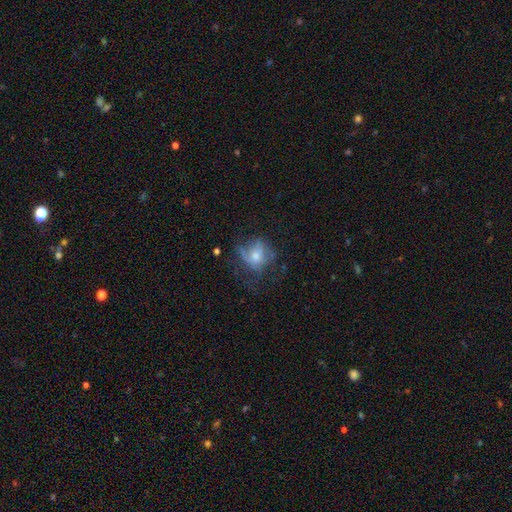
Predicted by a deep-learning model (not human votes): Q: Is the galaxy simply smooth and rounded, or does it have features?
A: smooth — 46%.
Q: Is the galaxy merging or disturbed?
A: none — 40%.